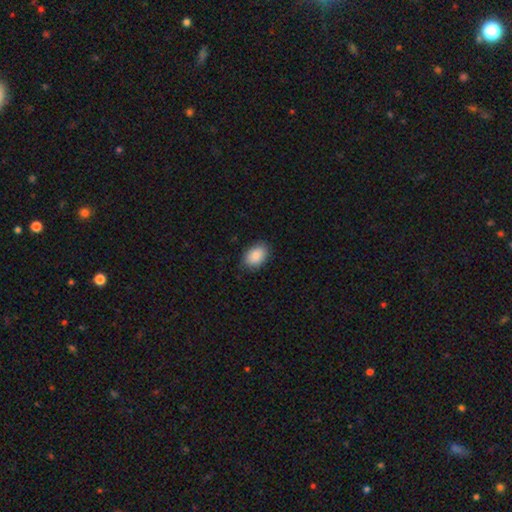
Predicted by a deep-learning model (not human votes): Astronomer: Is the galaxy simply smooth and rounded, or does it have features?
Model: smooth — 88%.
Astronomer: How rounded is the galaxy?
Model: in between — 87%.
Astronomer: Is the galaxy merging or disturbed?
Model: none — 85%.